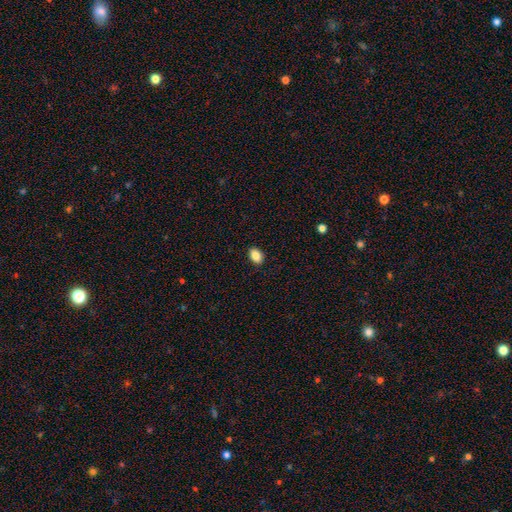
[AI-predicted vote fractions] Smooth or featured? Predicted: smooth (p=0.87). How rounded? Predicted: in between (p=0.81). Merging? Predicted: none (p=0.90).